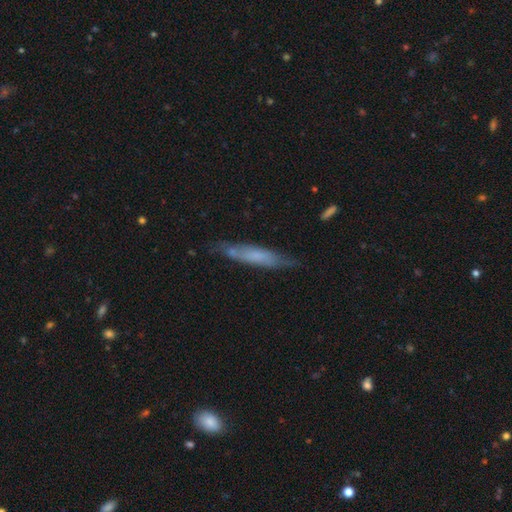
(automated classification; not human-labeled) smooth-or-featured: smooth: 49% | featured or disk: 43% | star or artifact: 7%
  merging: none: 71% | minor disturbance: 21% | major disturbance: 5% | merger: 2%